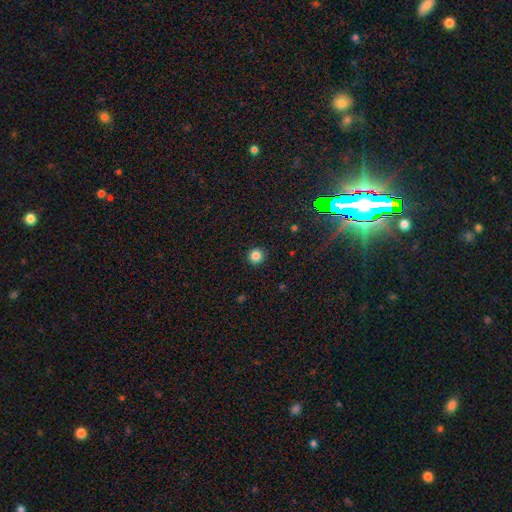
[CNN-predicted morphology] Smooth or featured: smooth — 84% (star or artifact — 12%)
How rounded: round — 95% (in between — 4%)
Merging: none — 92% (minor disturbance — 5%)